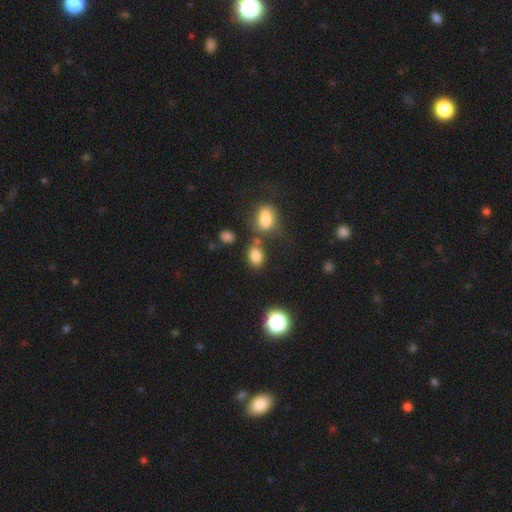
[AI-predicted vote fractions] Smooth or featured: smooth — 79% (star or artifact — 14%)
How rounded: in between — 68% (round — 30%)
Merging: none — 61% (merger — 19%)